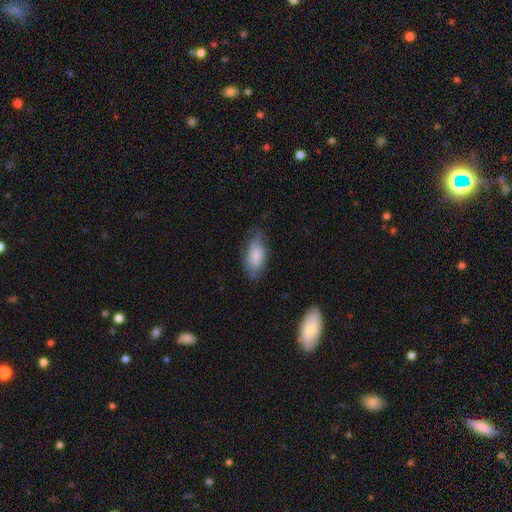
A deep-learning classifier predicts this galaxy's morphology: A smooth galaxy with no disk features (71%) that is in between round and cigar-shaped (91%).

Vote fractions:
- Smooth or featured? smooth: 71% / featured or disk: 22% / star or artifact: 7%
- How rounded? in between: 91% / cigar-shaped: 5% / round: 4%
- Merging? none: 59% / minor disturbance: 31% / major disturbance: 9% / merger: 2%